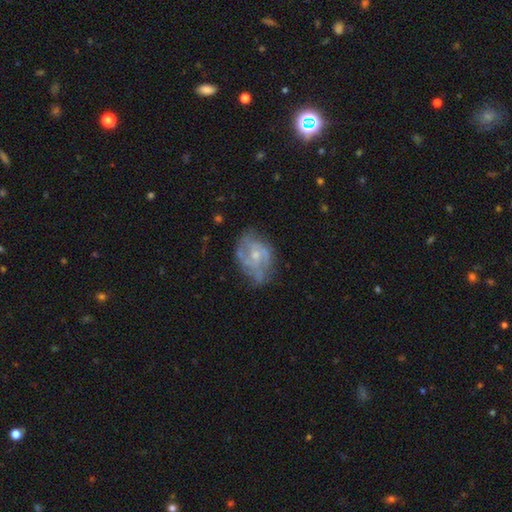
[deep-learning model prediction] Smooth or featured? Predicted: featured or disk (p=0.78). Edge-on disk? Predicted: no (p=0.97). Bar? Predicted: no (p=0.66). Spiral arms? Predicted: yes (p=0.86). Spiral winding? Predicted: medium (p=0.46). Spiral arm count? Predicted: 2 (p=0.40). Bulge size? Predicted: small (p=0.56). Merging? Predicted: none (p=0.58).